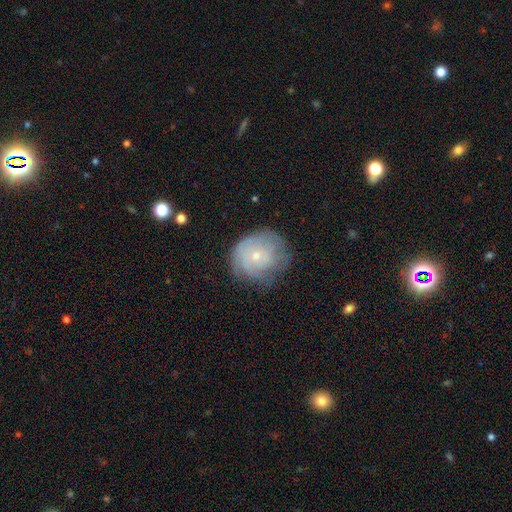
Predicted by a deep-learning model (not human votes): Morphology: type=featured or disk (49%); merging=none (60%).